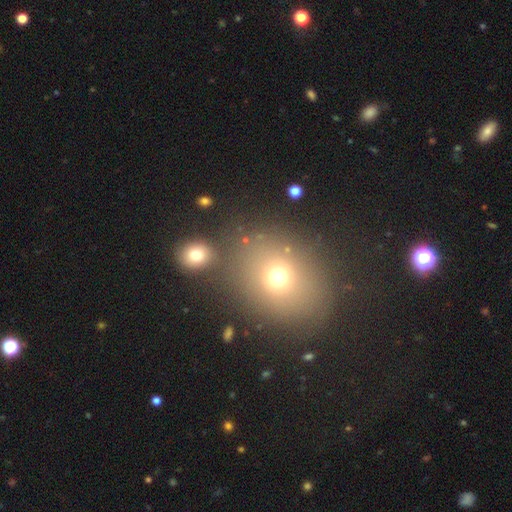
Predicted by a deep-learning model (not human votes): A smooth galaxy with no disk features (65%) that is round (59%).

Vote fractions:
- Smooth or featured? smooth: 65% / star or artifact: 22% / featured or disk: 13%
- How rounded? round: 59% / in between: 39% / cigar-shaped: 1%
- Merging? none: 76% / minor disturbance: 10% / merger: 9% / major disturbance: 5%